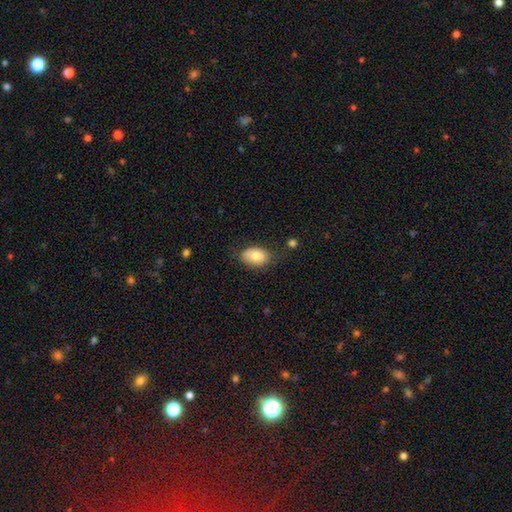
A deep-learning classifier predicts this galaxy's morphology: This appears to be a smooth galaxy with no disk features (80%) that is in between round and cigar-shaped (88%). Merging: none (69%).